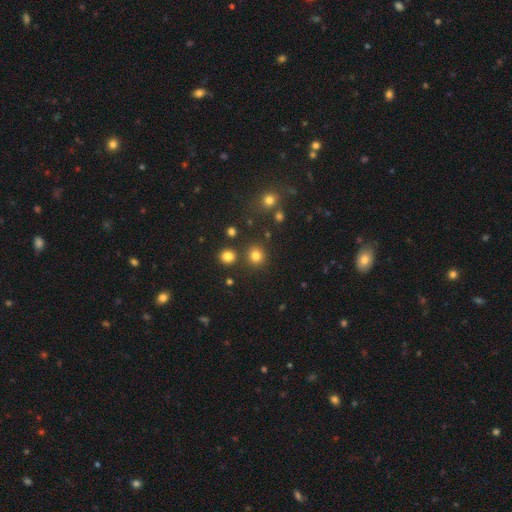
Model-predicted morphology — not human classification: This is clearly a smooth galaxy (80%). How rounded: clearly round (90%). Merging: clearly none (85%).